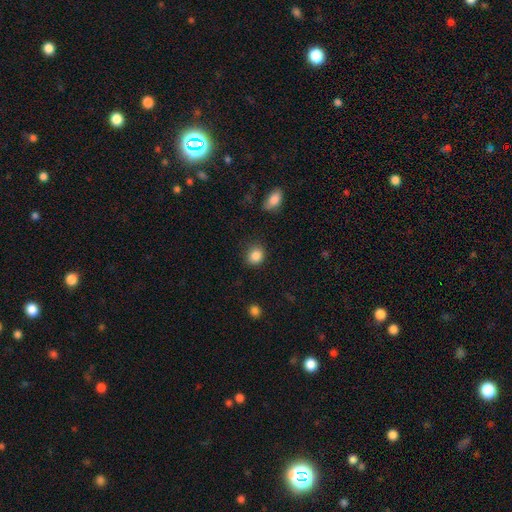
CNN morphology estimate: This is clearly a smooth galaxy (87%). How rounded: likely round (73%). Merging: clearly none (84%).